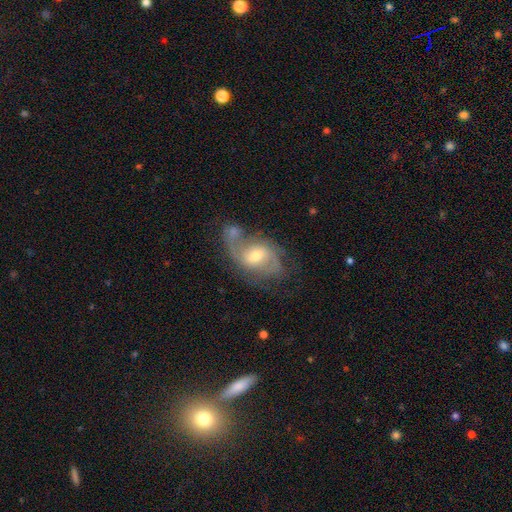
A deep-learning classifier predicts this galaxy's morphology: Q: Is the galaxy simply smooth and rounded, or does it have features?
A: featured or disk — 73%.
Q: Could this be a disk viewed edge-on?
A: no — 96%.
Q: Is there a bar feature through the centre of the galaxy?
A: weak — 47%.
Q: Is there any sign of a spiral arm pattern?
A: yes — 86%.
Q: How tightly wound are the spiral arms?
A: medium — 46%.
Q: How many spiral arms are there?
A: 2 — 64%.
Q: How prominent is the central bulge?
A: moderate — 63%.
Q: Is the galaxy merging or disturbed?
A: none — 39%.